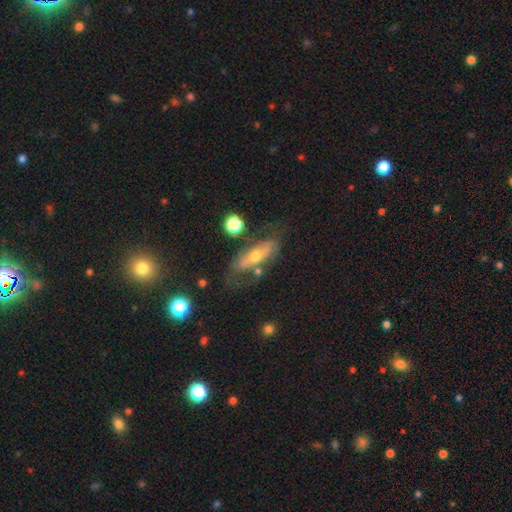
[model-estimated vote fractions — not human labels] A featured or disk galaxy (57%). Merging: none (54%).